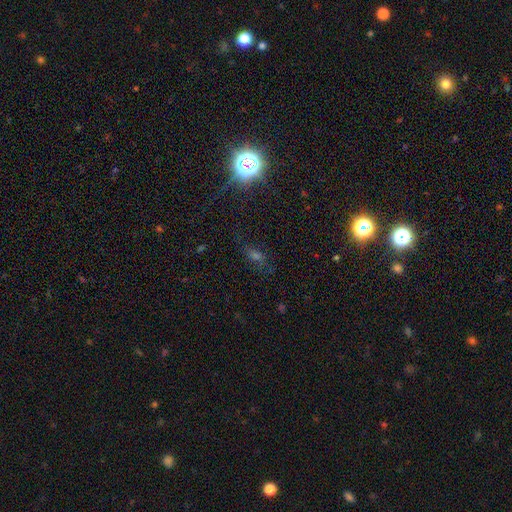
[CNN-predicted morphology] smooth_or_featured: star or artifact (p=0.48) [alt: smooth p=0.34]